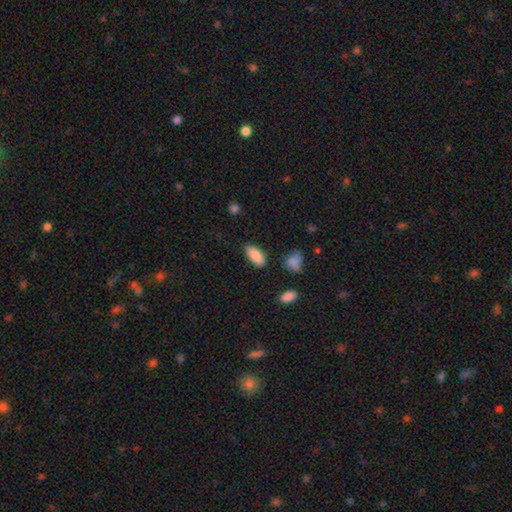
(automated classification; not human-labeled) Smooth or featured: smooth — 88% (star or artifact — 7%)
How rounded: in between — 88% (cigar-shaped — 10%)
Merging: none — 82% (minor disturbance — 13%)